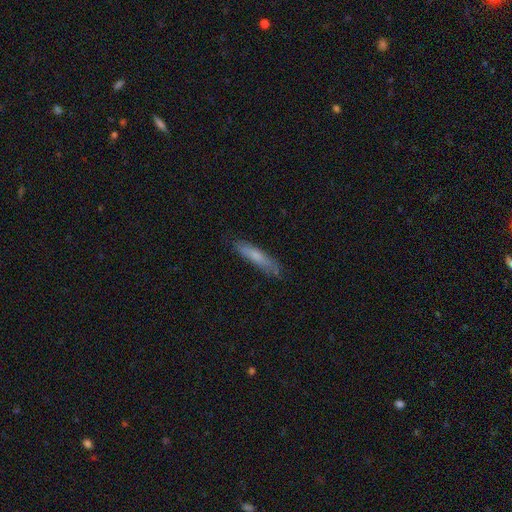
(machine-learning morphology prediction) smooth_or_featured: smooth (p=0.69) [alt: featured or disk p=0.25]
how_rounded: cigar-shaped (p=0.86) [alt: in between p=0.12]
merging: none (p=0.80) [alt: minor disturbance p=0.16]